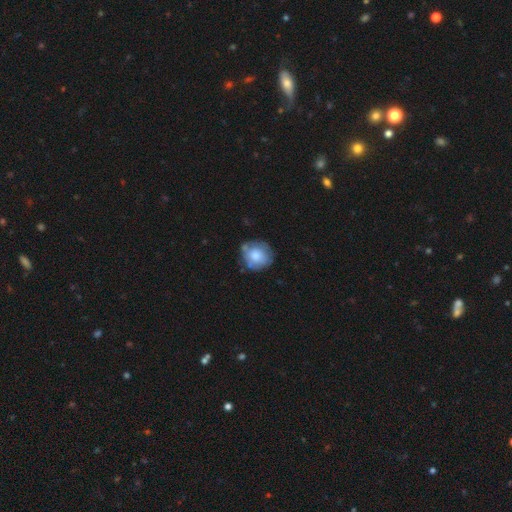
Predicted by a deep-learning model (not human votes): This is likely a smooth galaxy (65%). How rounded: clearly round (80%). Merging: likely none (62%).